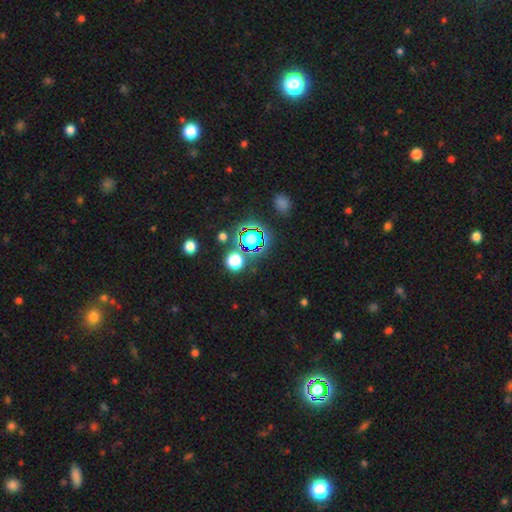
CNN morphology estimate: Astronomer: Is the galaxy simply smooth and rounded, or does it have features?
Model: star or artifact — 75%.